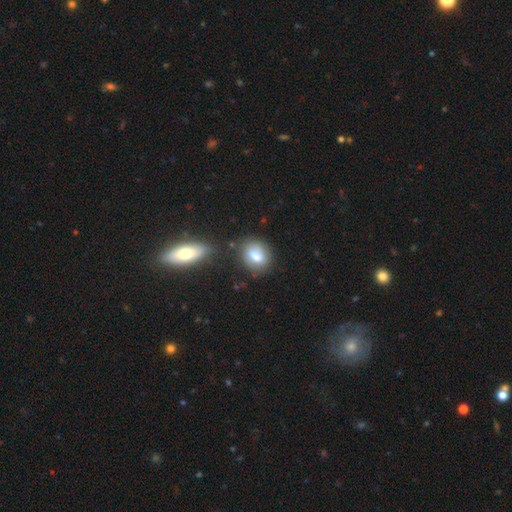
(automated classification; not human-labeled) A smooth galaxy with no disk features (78%) that is in between round and cigar-shaped (58%). Merging: none (62%).